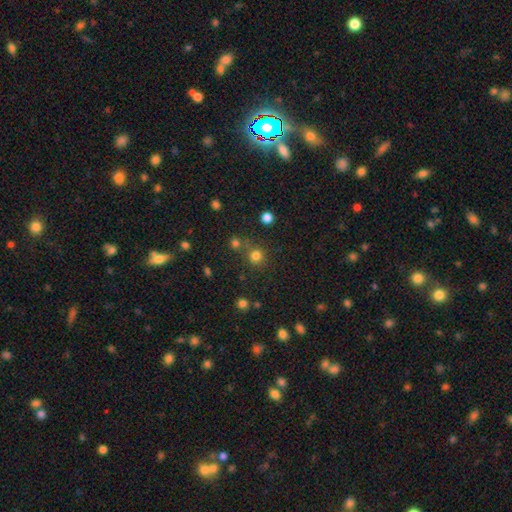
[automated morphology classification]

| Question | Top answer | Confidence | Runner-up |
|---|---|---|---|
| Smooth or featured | smooth | 77% | star or artifact (17%) |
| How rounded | round | 91% | in between (8%) |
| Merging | none | 74% | merger (14%) |